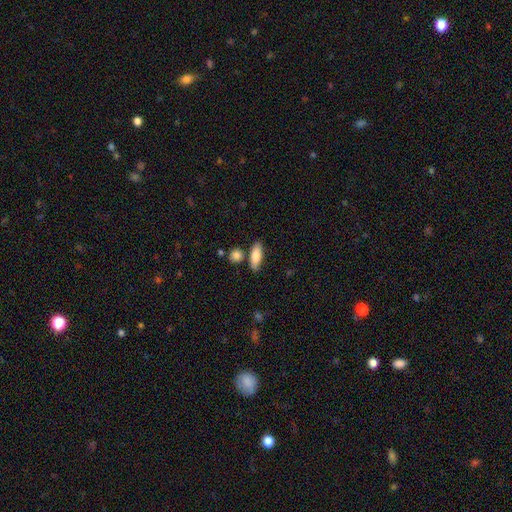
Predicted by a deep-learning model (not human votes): A smooth galaxy with no disk features (81%) that is in between round and cigar-shaped (65%). Merging: none (77%).